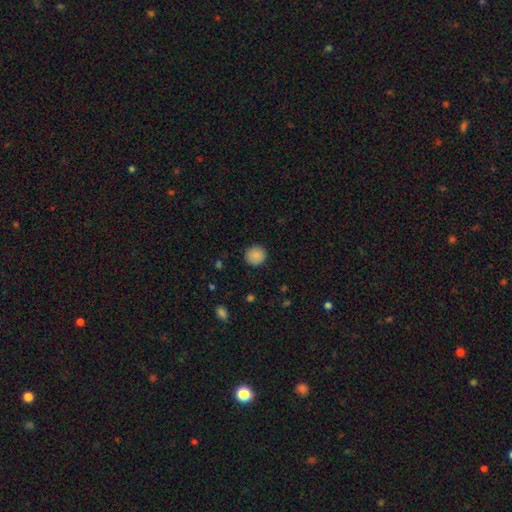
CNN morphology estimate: This appears to be a smooth galaxy with no disk features (87%) that is round (91%). Merging: none (88%).